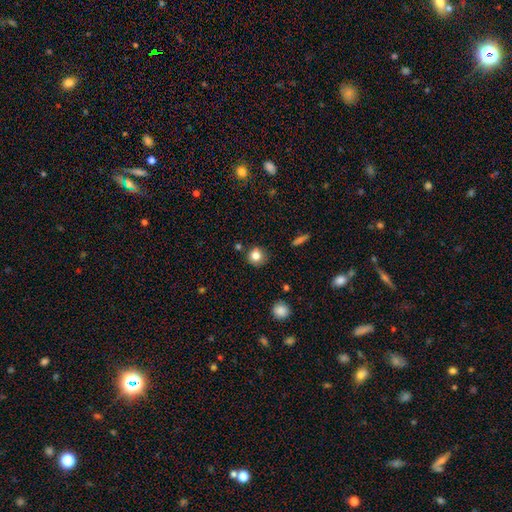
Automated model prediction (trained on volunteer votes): smooth_or_featured: smooth (p=0.82) [alt: star or artifact p=0.11]
how_rounded: round (p=0.90) [alt: in between p=0.09]
merging: none (p=0.84) [alt: minor disturbance p=0.10]